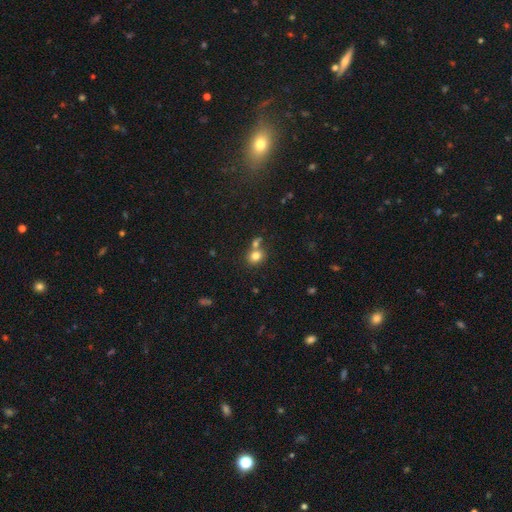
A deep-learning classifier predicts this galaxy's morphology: Q: Smooth or featured?
A: smooth (79%); runner-up: star or artifact (12%)
Q: How rounded?
A: round (69%); runner-up: in between (30%)
Q: Merging?
A: none (55%); runner-up: merger (32%)